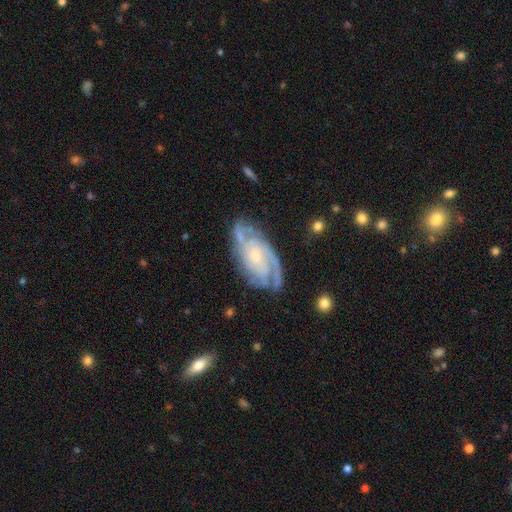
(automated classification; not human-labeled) This is clearly a featured or disk galaxy (85%). It is clearly not viewed edge-on (95%). Bar: likely no (62%). Spiral arm pattern: clearly yes (96%). Spiral arm count: marginally 2 (29%). Spiral winding: possibly tight (60%). Central bulge: possibly small (52%). Merging: likely none (70%).